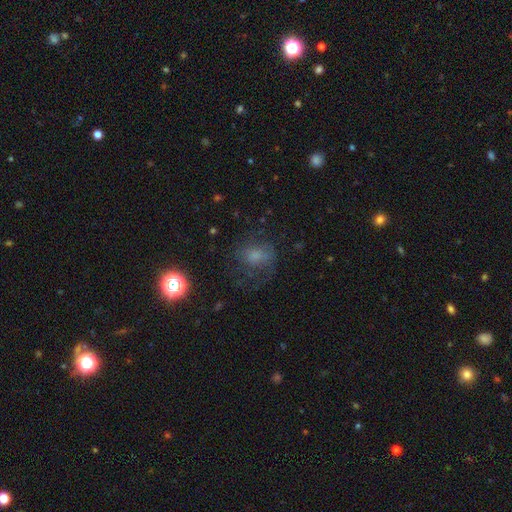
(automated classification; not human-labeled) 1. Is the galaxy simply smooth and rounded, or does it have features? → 55% smooth, 25% featured or disk, 20% star or artifact.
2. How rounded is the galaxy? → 57% round, 42% in between, 1% cigar-shaped.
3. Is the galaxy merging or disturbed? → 54% none, 24% major disturbance, 21% minor disturbance, 2% merger.